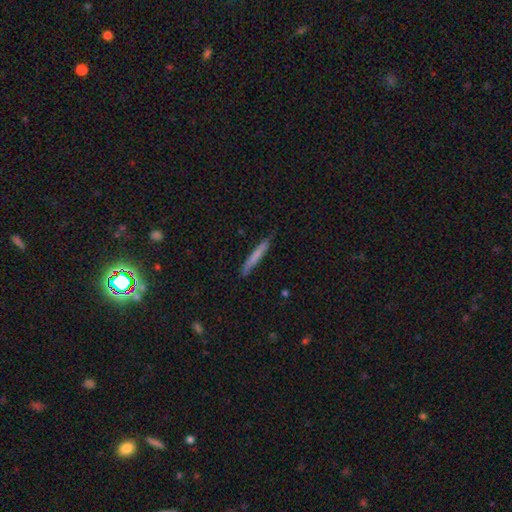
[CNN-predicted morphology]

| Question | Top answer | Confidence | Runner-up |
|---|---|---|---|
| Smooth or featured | smooth | 68% | featured or disk (26%) |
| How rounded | cigar-shaped | 96% | in between (3%) |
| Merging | none | 84% | minor disturbance (12%) |